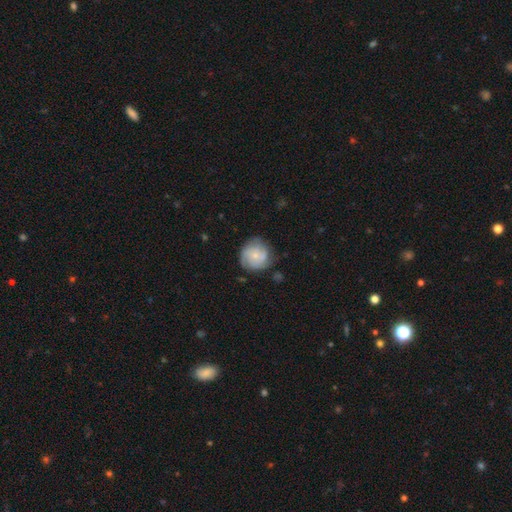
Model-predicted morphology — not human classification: Overall: smooth (55%; featured or disk 38%). How rounded: round (89%). Merging: none (70%).